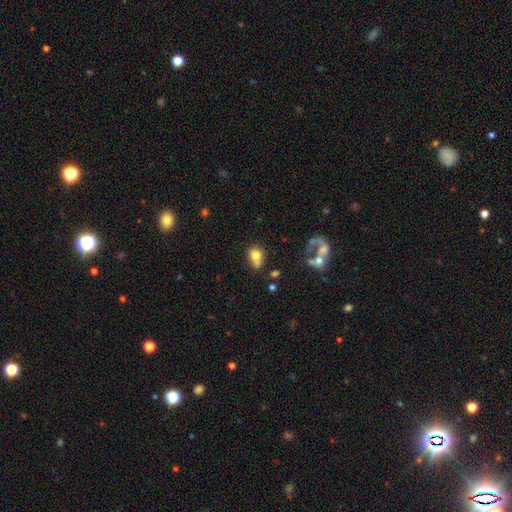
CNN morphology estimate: This appears to be a smooth galaxy with no disk features (73%) that is in between round and cigar-shaped (51%). Merging: none (39%).